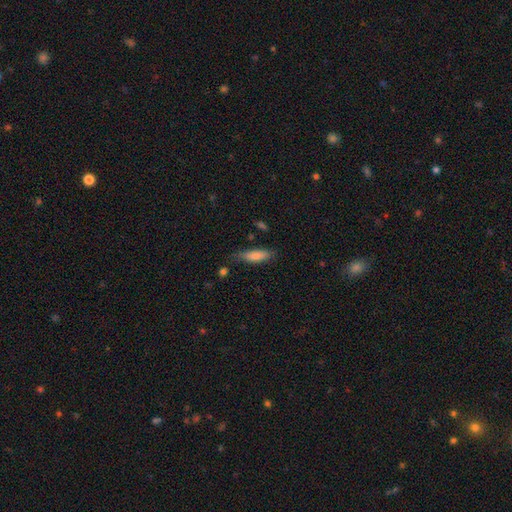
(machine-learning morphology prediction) The model was most divided on "how rounded": cigar-shaped: 51%, in between: 47%, round: 2%. More confident: smooth or featured — smooth (82%); merging — none (67%).